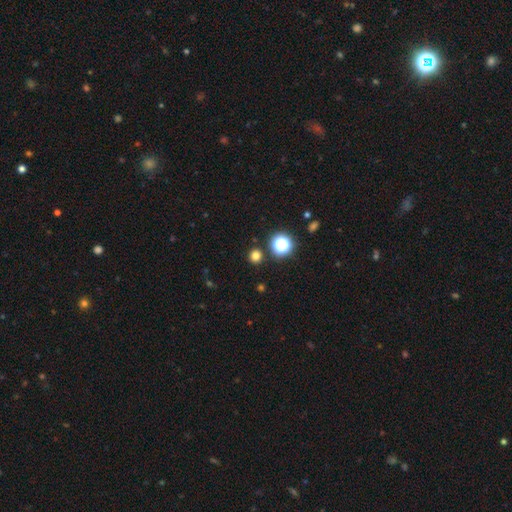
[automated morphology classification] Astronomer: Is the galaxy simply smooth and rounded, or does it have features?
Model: smooth — 75%.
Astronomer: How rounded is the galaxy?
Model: round — 93%.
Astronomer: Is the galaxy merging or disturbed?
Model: none — 89%.